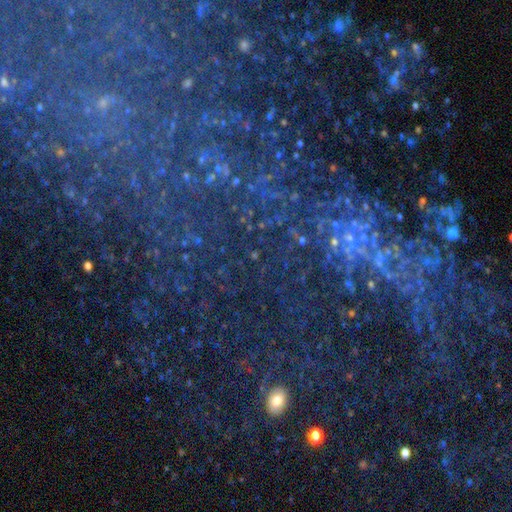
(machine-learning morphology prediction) A star or artifact, not a galaxy (80%).